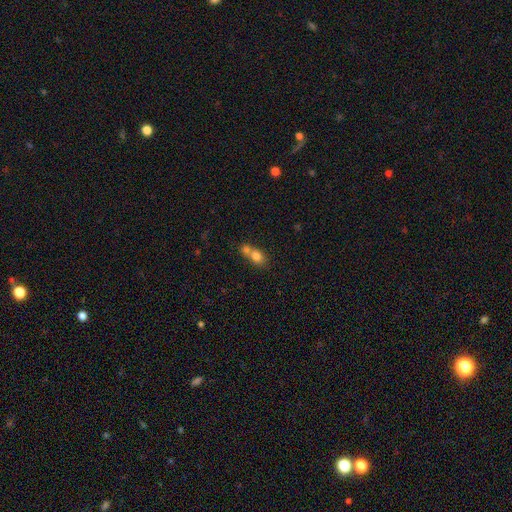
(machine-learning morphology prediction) Smooth or featured? Predicted: smooth (p=0.77). How rounded? Predicted: in between (p=0.56). Merging? Predicted: merger (p=0.62).